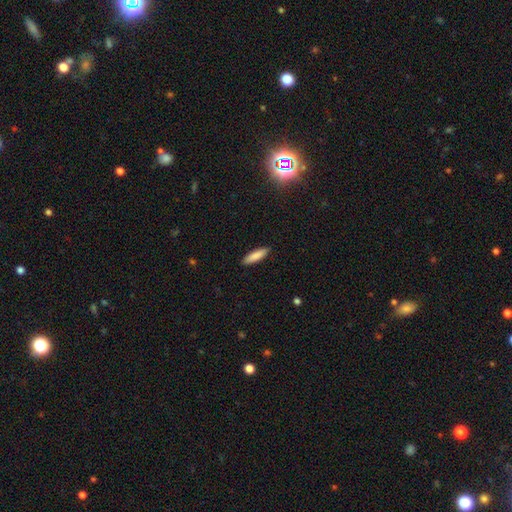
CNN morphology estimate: Overall: smooth (85%). How rounded: cigar-shaped (70%). Merging: none (90%).